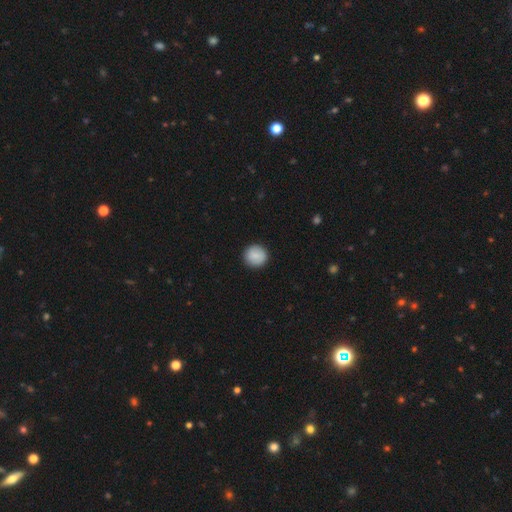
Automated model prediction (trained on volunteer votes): smooth 87%, star or artifact 7%, featured or disk 6%. Down the decision tree: how rounded — round (94%); merging — none (92%).